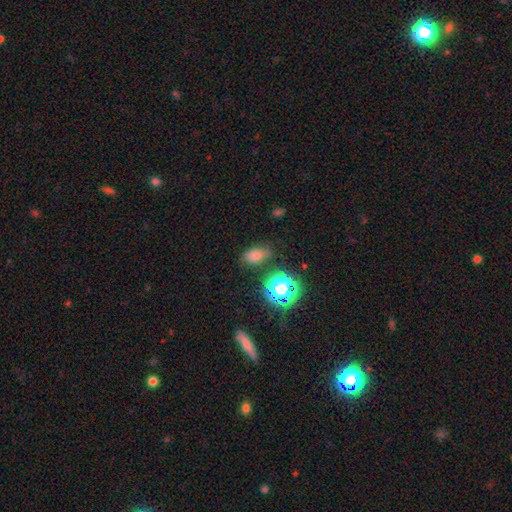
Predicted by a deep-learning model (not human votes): Overall: smooth (69%). How rounded: in between (83%). Merging: none (71%).